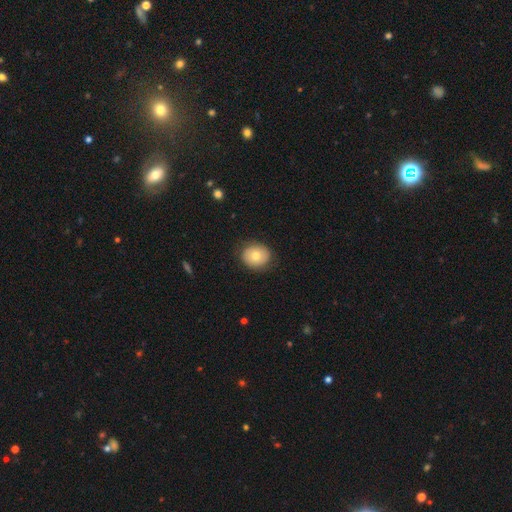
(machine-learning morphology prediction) A smooth galaxy with no disk features (72%) that is round (71%). Merging: none (83%).